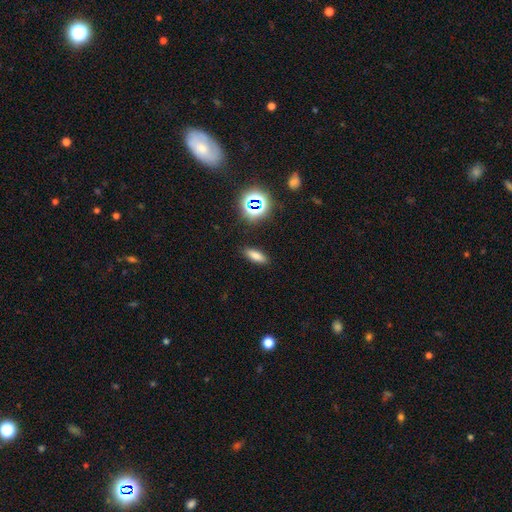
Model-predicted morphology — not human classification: A smooth galaxy with no disk features (74%) that is in between round and cigar-shaped (61%). Merging: none (88%).